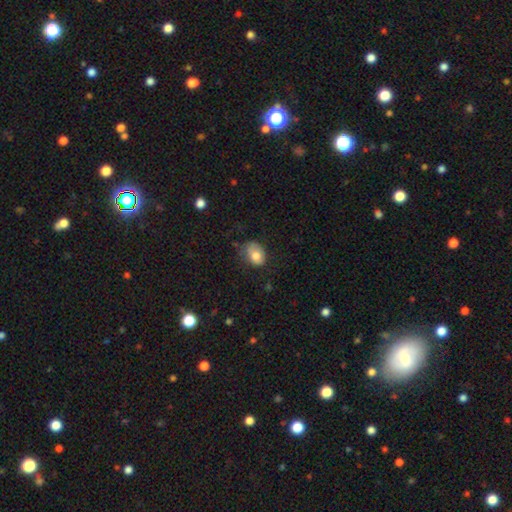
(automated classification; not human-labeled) This is likely a smooth galaxy (76%). How rounded: likely in between (70%). Merging: possibly none (46%).